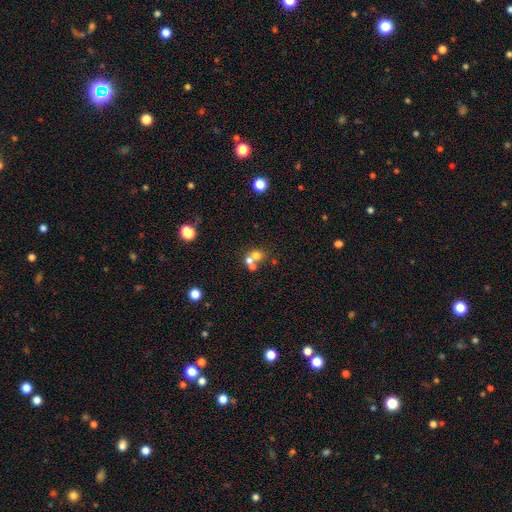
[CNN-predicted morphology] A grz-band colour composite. It shows a smooth galaxy with no disk features (62%) that is round (74%). Merging: merger (56%).